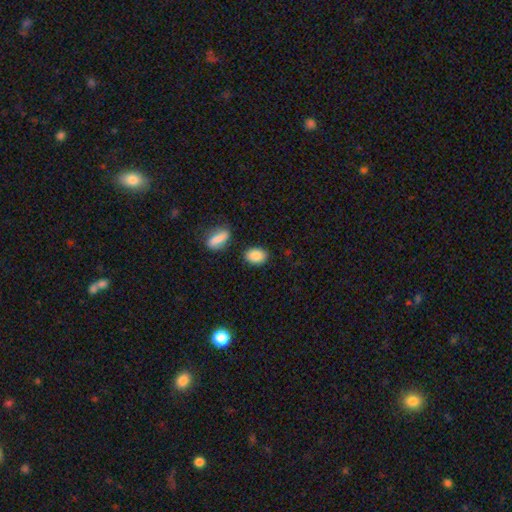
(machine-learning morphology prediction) Q: Smooth or featured?
A: smooth (87%); runner-up: star or artifact (8%)
Q: How rounded?
A: in between (75%); runner-up: round (23%)
Q: Merging?
A: none (82%); runner-up: minor disturbance (10%)